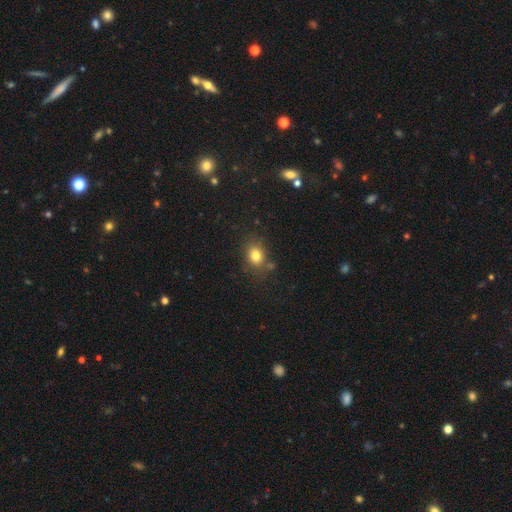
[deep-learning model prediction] smooth_or_featured: smooth (p=0.79) [alt: star or artifact p=0.13]
how_rounded: round (p=0.53) [alt: in between p=0.46]
merging: none (p=0.75) [alt: minor disturbance p=0.15]